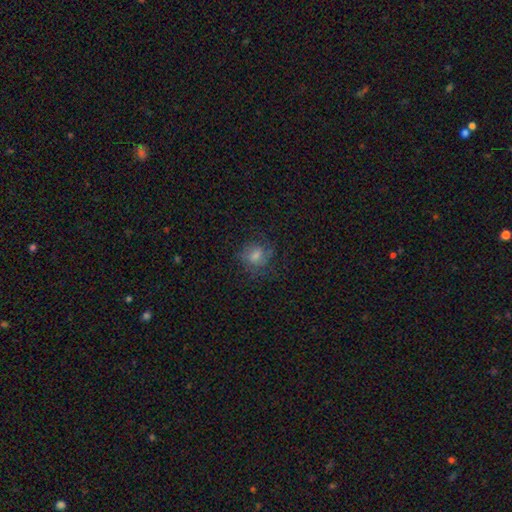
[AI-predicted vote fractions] Smooth or featured? smooth (47%)
Merging? none (69%)